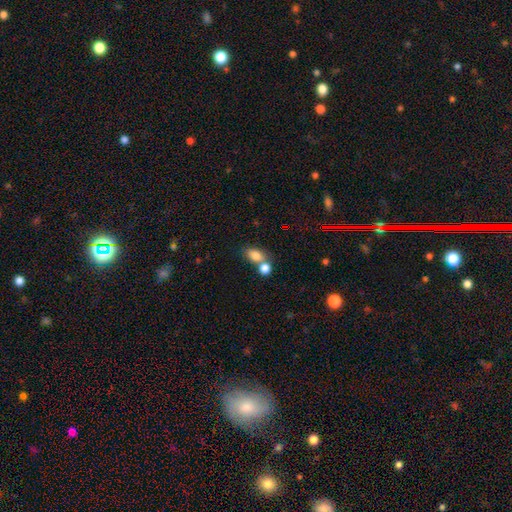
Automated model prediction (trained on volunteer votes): Smooth or featured: smooth — 81% (star or artifact — 10%)
How rounded: in between — 75% (round — 22%)
Merging: merger — 43% (tied with none — 43%)